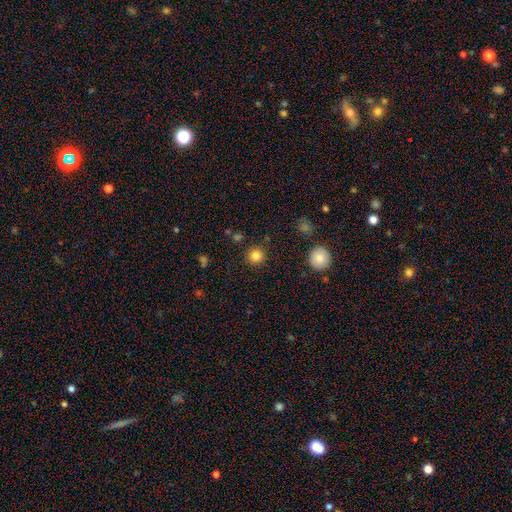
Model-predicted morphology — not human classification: Q: Smooth or featured?
A: smooth (83%); runner-up: star or artifact (12%)
Q: How rounded?
A: round (94%); runner-up: in between (5%)
Q: Merging?
A: none (90%); runner-up: minor disturbance (6%)